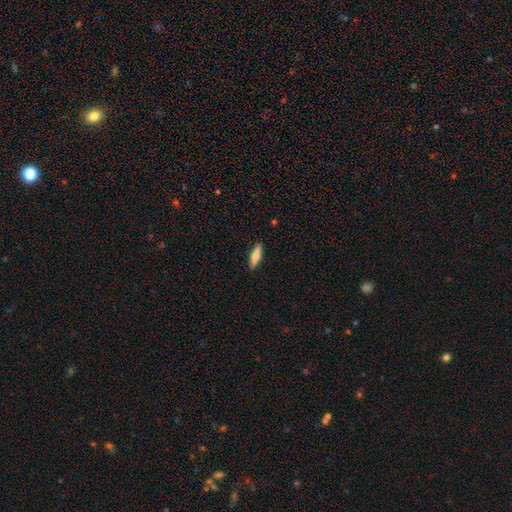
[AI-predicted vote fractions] Q: Smooth or featured?
A: smooth (66%); runner-up: featured or disk (28%)
Q: How rounded?
A: cigar-shaped (60%); runner-up: in between (38%)
Q: Merging?
A: none (90%); runner-up: minor disturbance (7%)